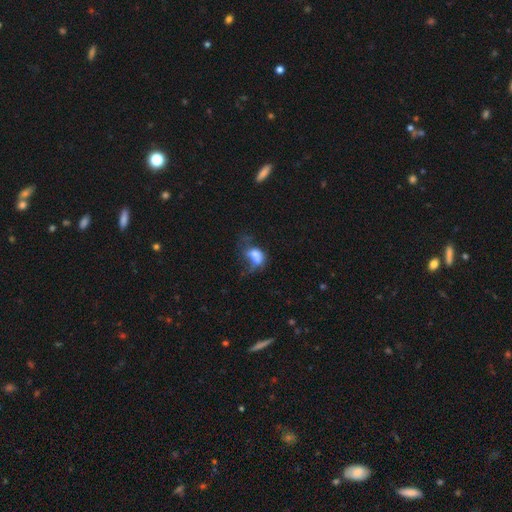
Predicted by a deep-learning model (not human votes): smooth_or_featured: smooth (p=0.55) [alt: featured or disk p=0.32]
how_rounded: in between (p=0.75) [alt: round p=0.23]
merging: major disturbance (p=0.37) [alt: merger p=0.29]